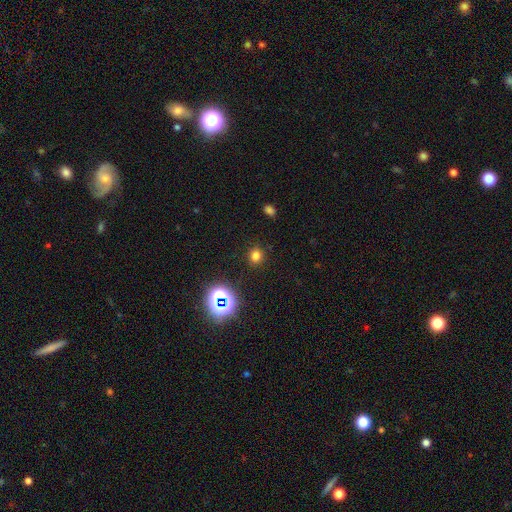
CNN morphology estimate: type=smooth (73%); roundness=round (87%); merging=none (90%).